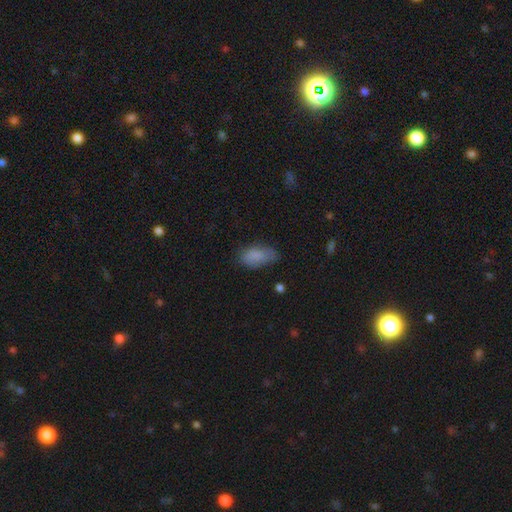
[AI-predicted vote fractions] smooth_or_featured: smooth (p=0.83) [alt: featured or disk p=0.08]
how_rounded: in between (p=0.92) [alt: cigar-shaped p=0.05]
merging: none (p=0.58) [alt: minor disturbance p=0.31]